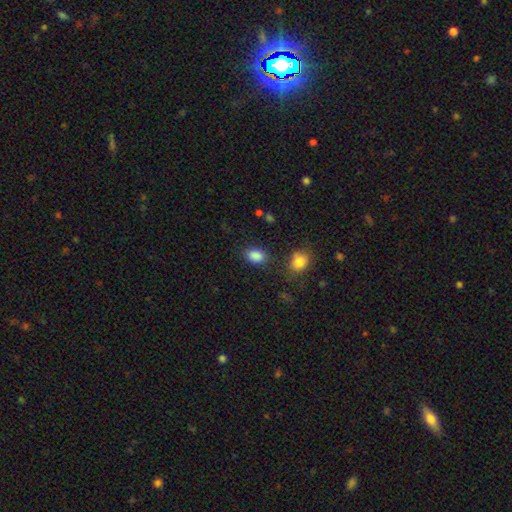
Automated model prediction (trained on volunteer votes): A smooth galaxy with no disk features (86%) that is in between round and cigar-shaped (82%).

Vote fractions:
- Smooth or featured? smooth: 86% / star or artifact: 10% / featured or disk: 4%
- How rounded? in between: 82% / round: 17% / cigar-shaped: 1%
- Merging? none: 76% / minor disturbance: 14% / merger: 5% / major disturbance: 4%